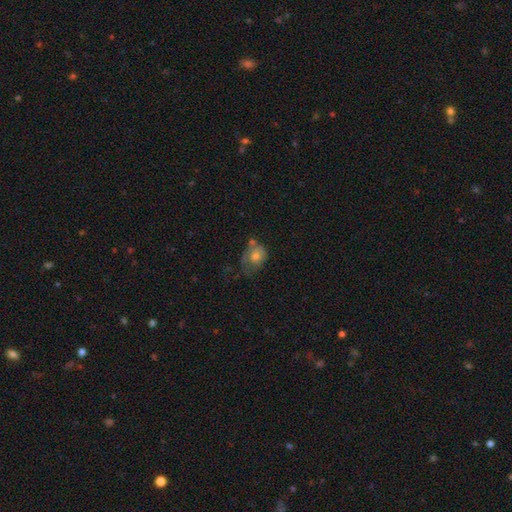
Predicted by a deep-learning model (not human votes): The model was most divided on "merging": none: 30%, minor disturbance: 28%, major disturbance: 28%, merger: 14%. More confident: smooth or featured — smooth (60%); how rounded — in between (53%).